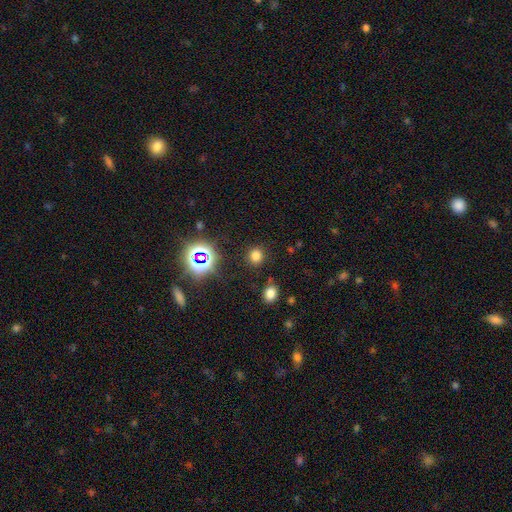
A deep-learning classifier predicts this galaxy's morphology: The model was most divided on "smooth or featured": smooth: 70%, star or artifact: 24%, featured or disk: 6%. More confident: merging — none (86%); how rounded — round (85%).